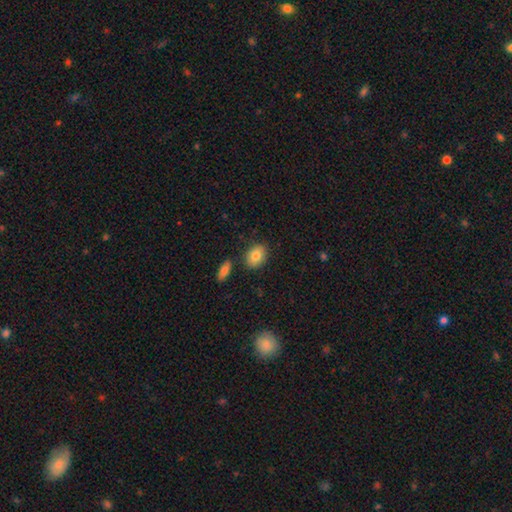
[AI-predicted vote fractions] Smooth or featured: smooth — 84% (featured or disk — 9%)
How rounded: in between — 76% (round — 23%)
Merging: none — 82% (minor disturbance — 10%)